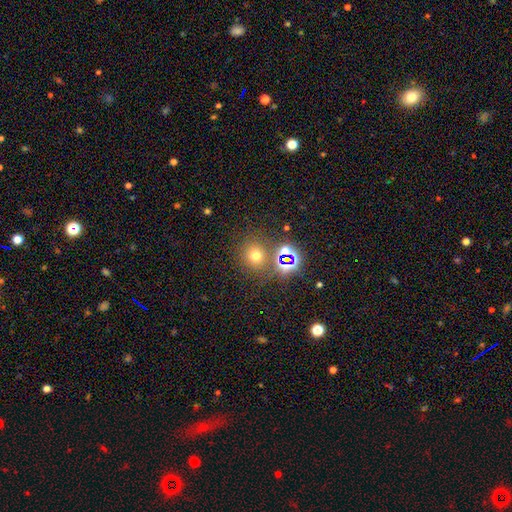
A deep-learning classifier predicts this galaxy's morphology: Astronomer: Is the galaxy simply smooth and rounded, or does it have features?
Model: smooth — 61%.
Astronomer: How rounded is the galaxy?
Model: round — 88%.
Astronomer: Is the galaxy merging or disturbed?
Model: none — 77%.